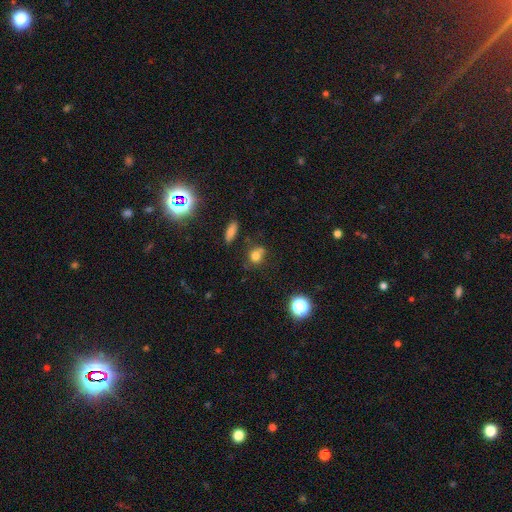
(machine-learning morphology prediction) The model was most divided on "merging": none: 57%, minor disturbance: 23%, merger: 11%, major disturbance: 9%. More confident: smooth or featured — smooth (73%); how rounded — round (67%).